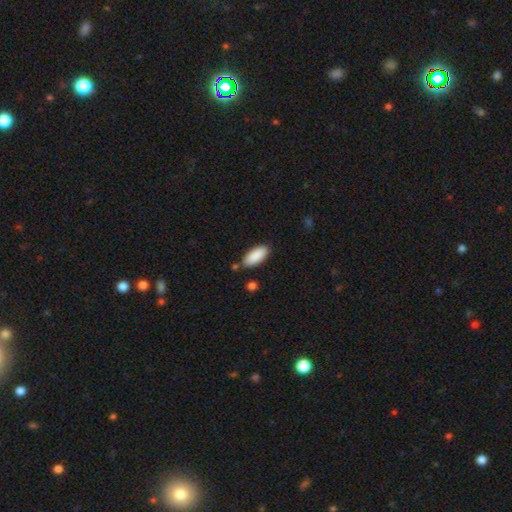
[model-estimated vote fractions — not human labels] Smooth or featured? smooth (90%)
How rounded? in between (88%)
Merging? none (82%)